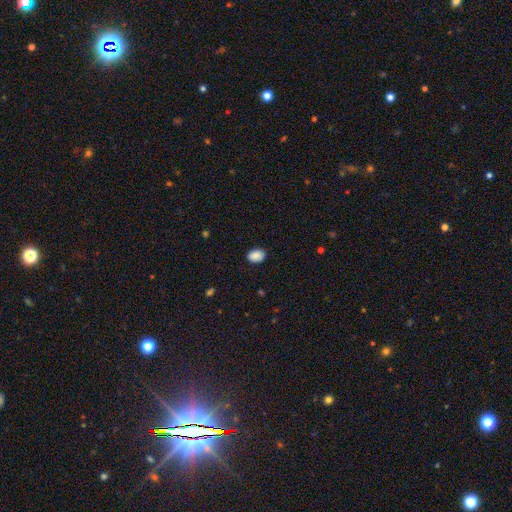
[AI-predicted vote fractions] smooth_or_featured: smooth (p=0.89) [alt: star or artifact p=0.08]
how_rounded: in between (p=0.73) [alt: round p=0.26]
merging: none (p=0.88) [alt: minor disturbance p=0.09]